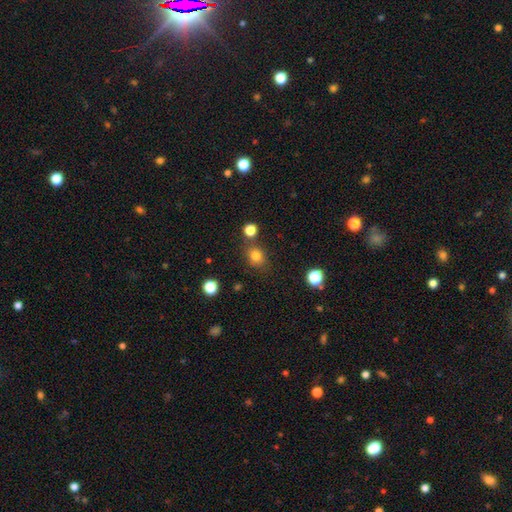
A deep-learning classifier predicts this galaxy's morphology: Smooth or featured?
  - smooth: 81% *
  - star or artifact: 13%
  - featured or disk: 6%
How rounded?
  - round: 63% *
  - in between: 36%
  - cigar-shaped: 1%
Merging?
  - none: 74% *
  - minor disturbance: 13%
  - merger: 9%
  - major disturbance: 4%